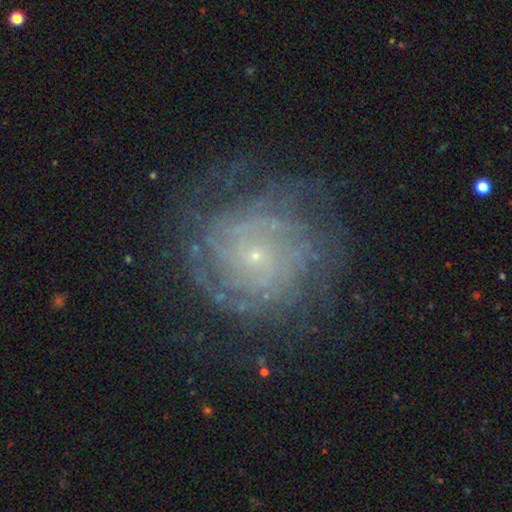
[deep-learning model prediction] Morphology: type=featured or disk (79%); edge-on=no (97%); bar=no (78%); spiral arms=yes (90%); winding=tight (74%); arm count=can't tell (45%); bulge=small (87%); merging=none (74%).